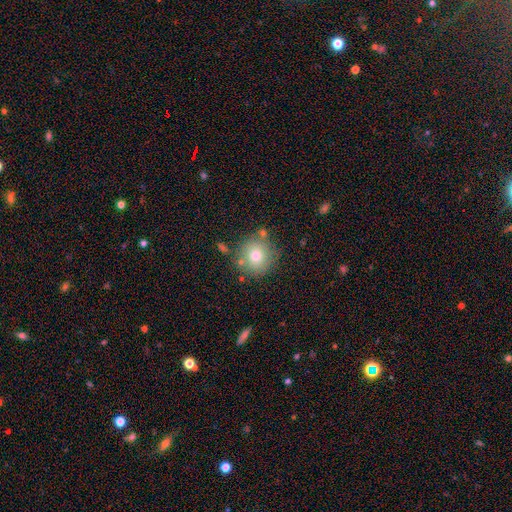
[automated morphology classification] Smooth or featured?
  - smooth: 75% *
  - featured or disk: 14%
  - star or artifact: 11%
How rounded?
  - round: 92% *
  - in between: 7%
  - cigar-shaped: 1%
Merging?
  - none: 76% *
  - minor disturbance: 13%
  - merger: 7%
  - major disturbance: 4%